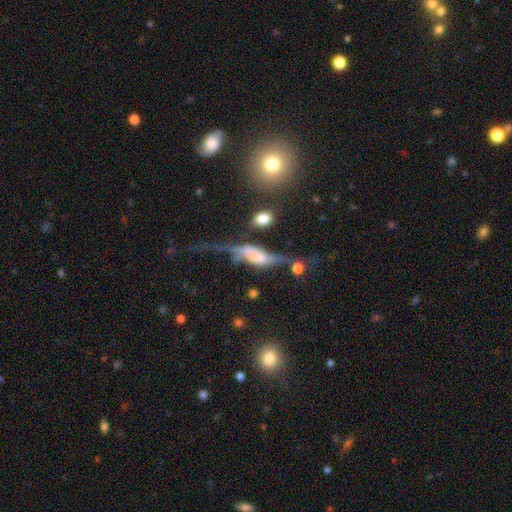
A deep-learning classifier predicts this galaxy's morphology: Smooth or featured? Predicted: featured or disk (p=0.65). Edge-on disk? Predicted: yes (p=0.64). Merging? Predicted: major disturbance (p=0.36).